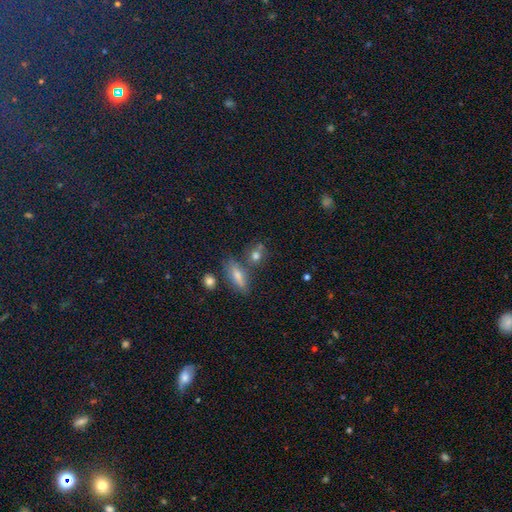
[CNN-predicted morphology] This appears to be a smooth galaxy with no disk features (72%) that is round (57%). Merging: none (60%).